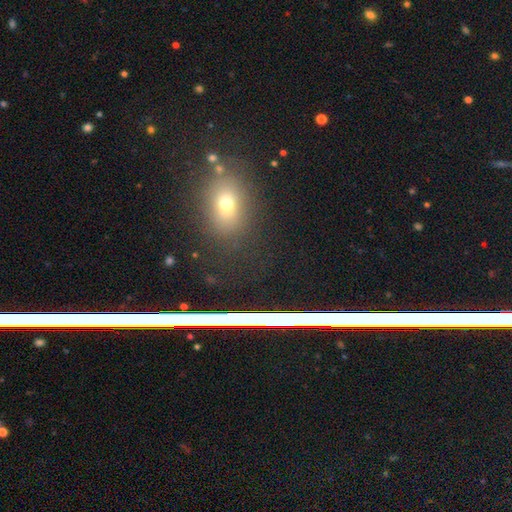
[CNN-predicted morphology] Smooth or featured? Predicted: smooth (p=0.47). Merging? Predicted: none (p=0.84).